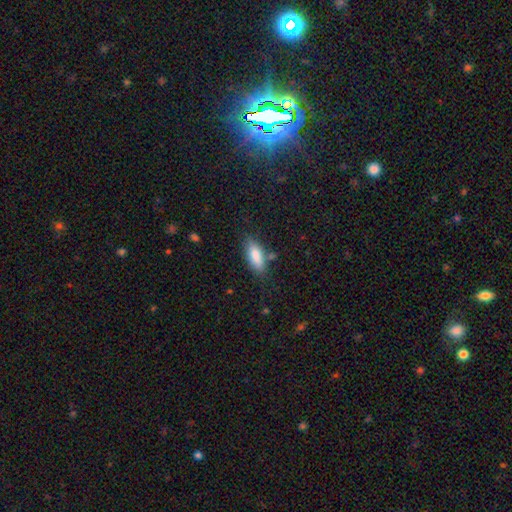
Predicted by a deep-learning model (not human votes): smooth 83%, featured or disk 11%, star or artifact 7%. Down the decision tree: how rounded — in between (77%); merging — none (73%).